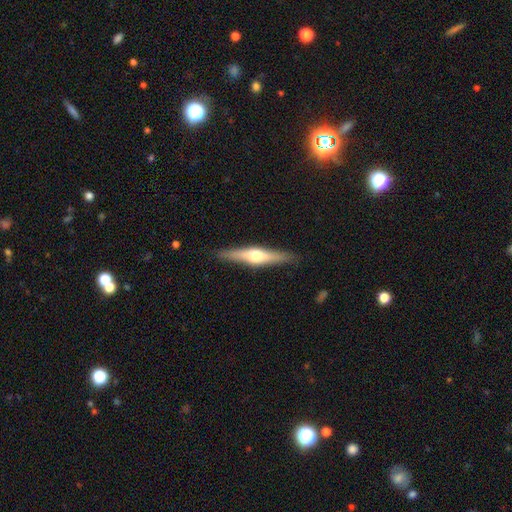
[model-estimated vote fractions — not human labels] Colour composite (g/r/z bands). It shows a featured or disk galaxy (62%) viewed edge-on (96%) with a rounded central bulge (92%). Merging: none (90%).